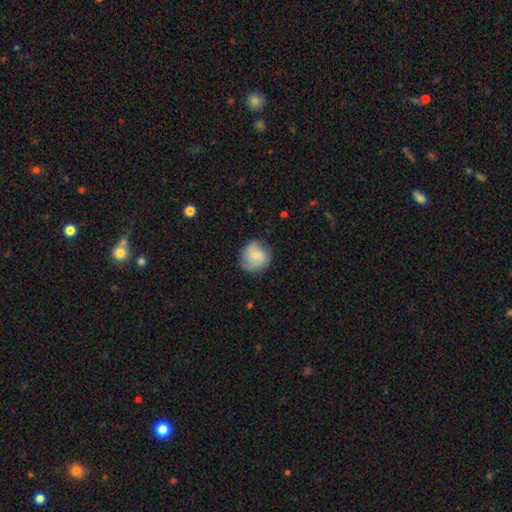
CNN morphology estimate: A smooth galaxy with no disk features (49%).

Vote fractions:
- Smooth or featured? smooth: 49% / featured or disk: 44% / star or artifact: 7%
- Merging? none: 74% / minor disturbance: 19% / major disturbance: 6% / merger: 1%